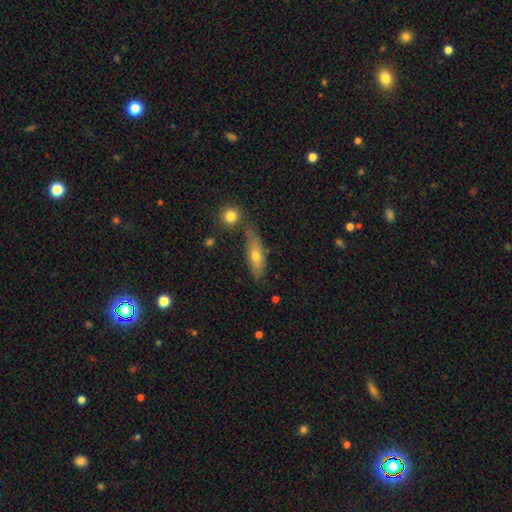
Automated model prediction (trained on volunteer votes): Smooth or featured: smooth — 61% (featured or disk — 32%)
How rounded: in between — 54% (cigar-shaped — 41%)
Merging: none — 64% (minor disturbance — 20%)